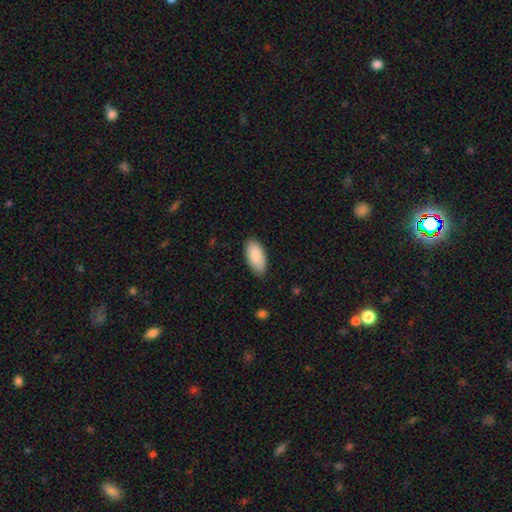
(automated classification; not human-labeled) Morphology: type=smooth (87%); roundness=in between (92%); merging=none (84%).